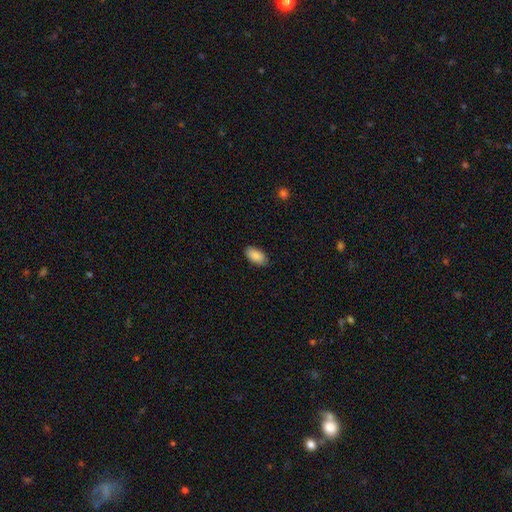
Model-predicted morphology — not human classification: A smooth galaxy with no disk features (89%) that is in between round and cigar-shaped (94%). Merging: none (85%).